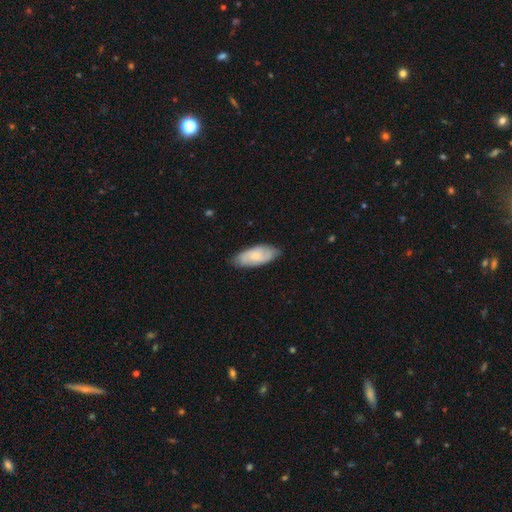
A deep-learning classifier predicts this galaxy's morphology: Smooth or featured? smooth (54%)
How rounded? in between (84%)
Merging? none (79%)